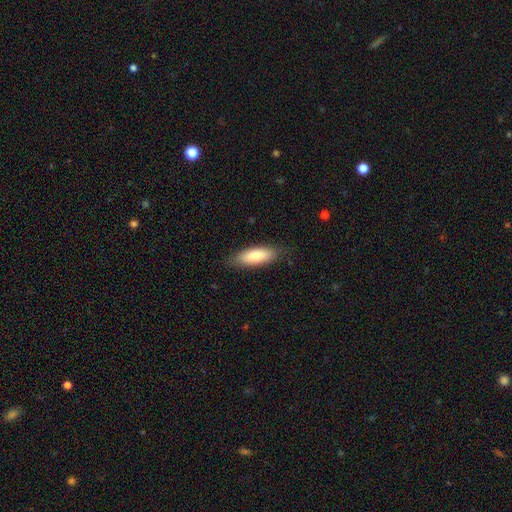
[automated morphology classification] Smooth or featured? smooth (82%)
How rounded? in between (59%)
Merging? none (84%)